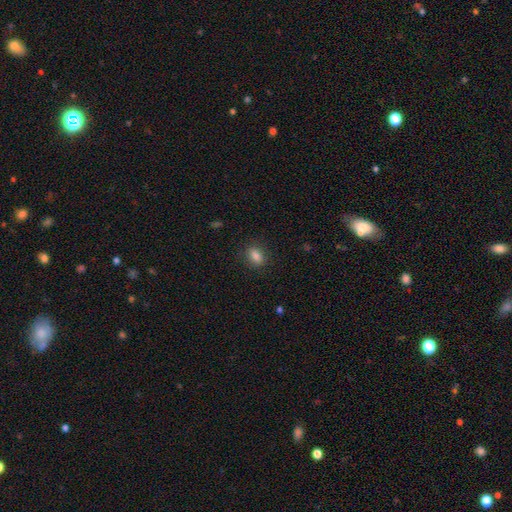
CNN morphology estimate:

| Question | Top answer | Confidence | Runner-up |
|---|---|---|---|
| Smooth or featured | smooth | 84% | star or artifact (10%) |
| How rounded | in between | 77% | round (18%) |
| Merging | none | 84% | minor disturbance (11%) |